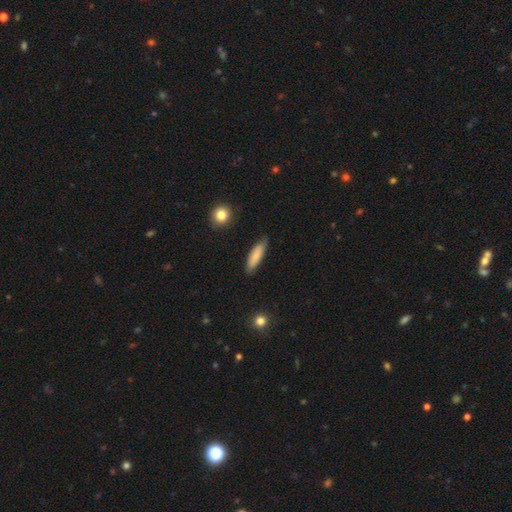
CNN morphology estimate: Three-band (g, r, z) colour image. It shows a smooth galaxy with no disk features (82%) that is cigar-shaped (62%). Merging: none (83%).